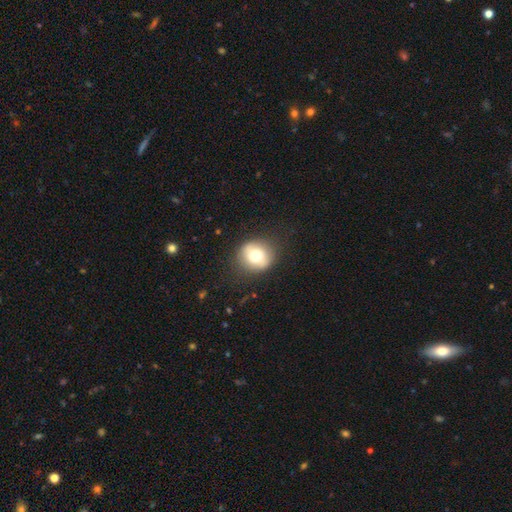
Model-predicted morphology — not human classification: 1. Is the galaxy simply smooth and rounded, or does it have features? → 69% smooth, 22% featured or disk, 10% star or artifact.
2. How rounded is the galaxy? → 84% round, 14% in between, 1% cigar-shaped.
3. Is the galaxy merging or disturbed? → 84% none, 11% minor disturbance, 4% major disturbance, 1% merger.